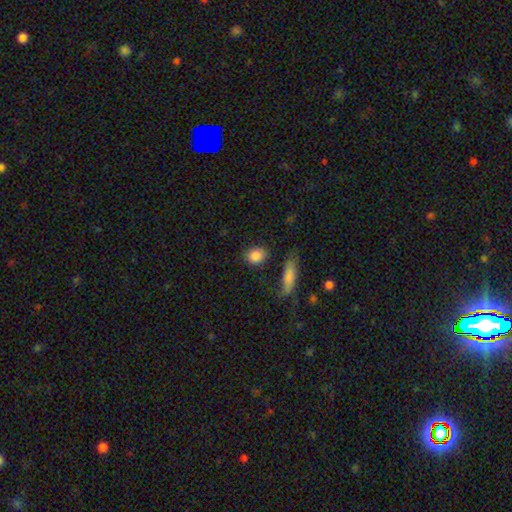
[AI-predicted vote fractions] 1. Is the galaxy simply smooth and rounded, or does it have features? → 87% smooth, 8% star or artifact, 5% featured or disk.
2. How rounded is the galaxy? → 51% round, 45% in between, 3% cigar-shaped.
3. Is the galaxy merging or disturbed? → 80% none, 12% minor disturbance, 4% merger, 4% major disturbance.